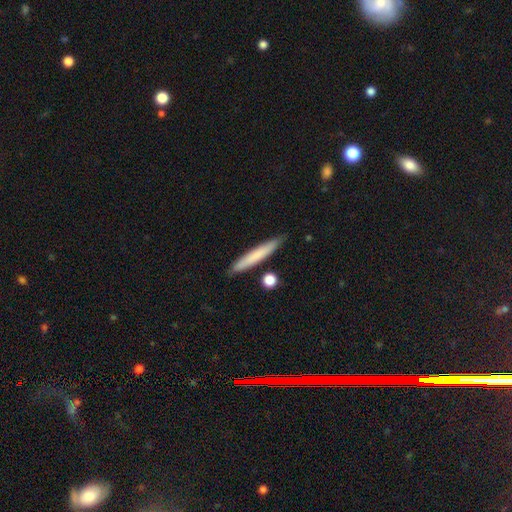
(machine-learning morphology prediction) Smooth or featured: smooth — 72% (featured or disk — 22%)
How rounded: cigar-shaped — 94% (in between — 4%)
Merging: none — 86% (minor disturbance — 9%)